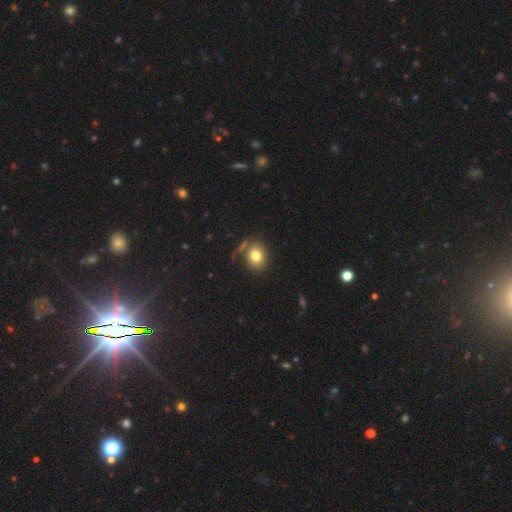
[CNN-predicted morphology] A smooth galaxy with no disk features (79%) that is round (65%). Merging: none (70%).